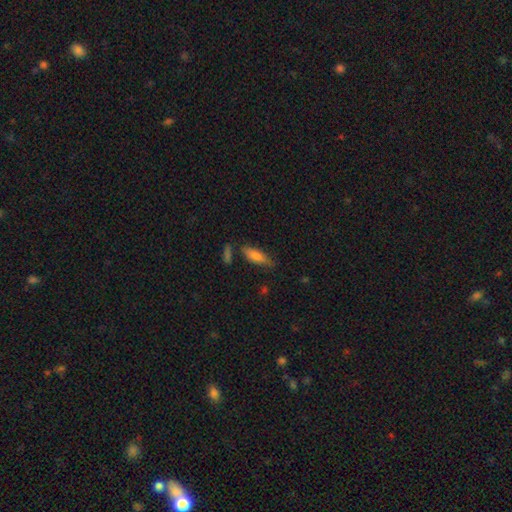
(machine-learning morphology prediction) This is likely a smooth galaxy (68%). How rounded: possibly cigar-shaped (50%). Merging: likely none (72%).